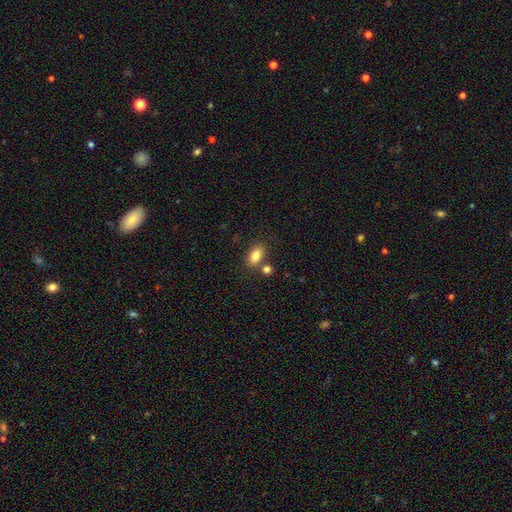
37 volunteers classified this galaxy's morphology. Smooth or featured? 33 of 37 (89%) said smooth. How rounded? 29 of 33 (88%) said in between. Merging? 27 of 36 (75%) said none.